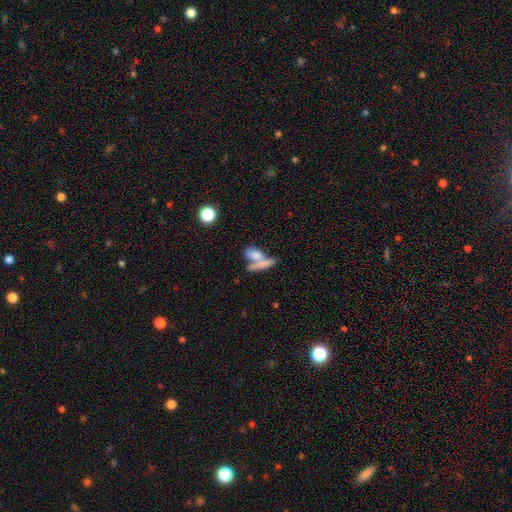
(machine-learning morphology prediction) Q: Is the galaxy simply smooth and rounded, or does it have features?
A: smooth — 68%.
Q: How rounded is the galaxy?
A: in between — 52%.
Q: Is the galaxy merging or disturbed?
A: merger — 54%.